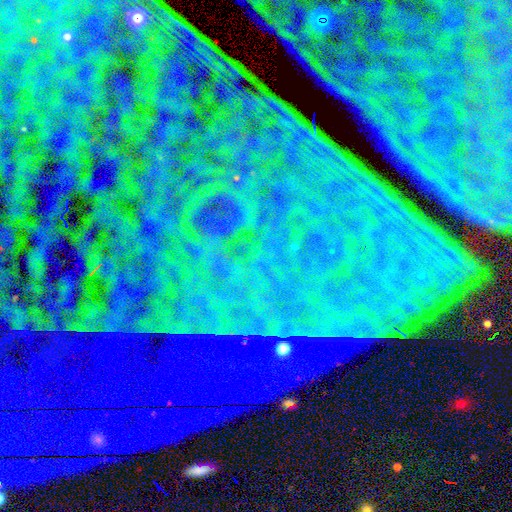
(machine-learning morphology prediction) A star or artifact, not a galaxy (87%).